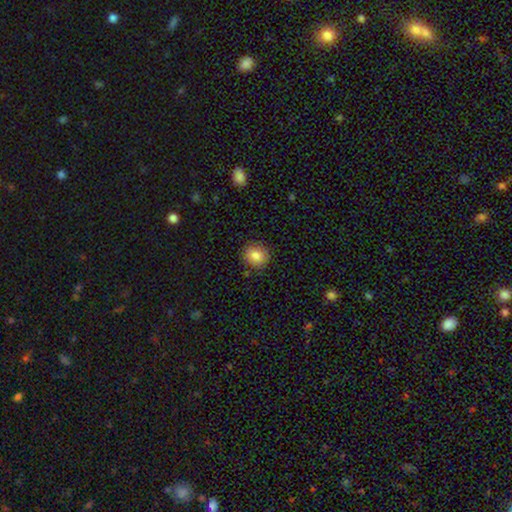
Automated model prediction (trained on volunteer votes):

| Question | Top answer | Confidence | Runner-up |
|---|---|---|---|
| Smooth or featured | smooth | 83% | star or artifact (10%) |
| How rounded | round | 82% | in between (17%) |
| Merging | none | 87% | minor disturbance (9%) |